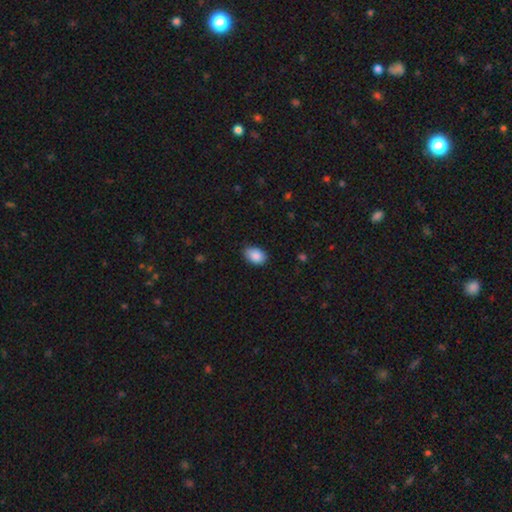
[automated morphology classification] Q: Smooth or featured?
A: smooth (88%); runner-up: star or artifact (7%)
Q: How rounded?
A: in between (83%); runner-up: round (16%)
Q: Merging?
A: none (81%); runner-up: minor disturbance (16%)